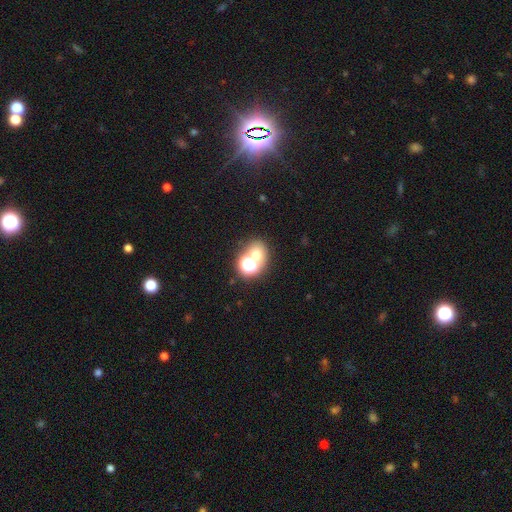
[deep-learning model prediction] Smooth or featured? smooth (55%)
How rounded? round (66%)
Merging? none (51%)